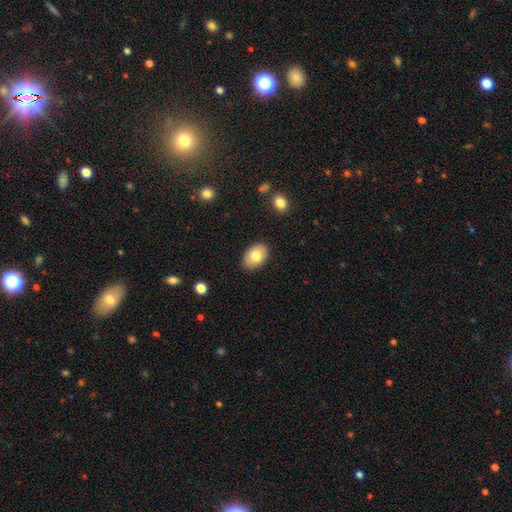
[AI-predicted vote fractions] Overall: smooth (79%). How rounded: in between (83%). Merging: none (87%).